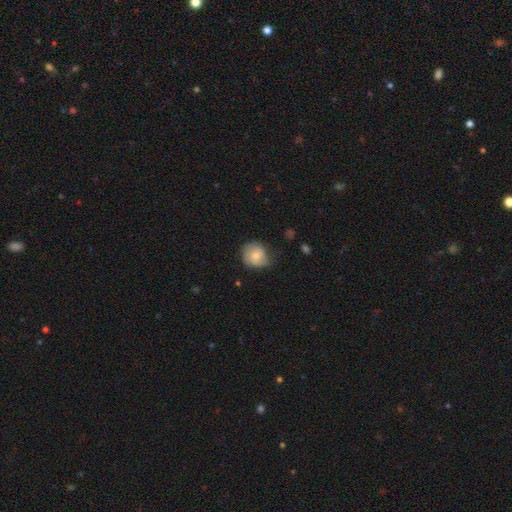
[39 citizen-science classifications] smooth-or-featured: smooth: 77% | featured or disk: 15% | star or artifact: 8%
  how-rounded: round: 67% | in between: 33% | cigar-shaped: 0%
  merging: none: 42% (tied) | minor disturbance: 42% (tied) | major disturbance: 17% | merger: 0%